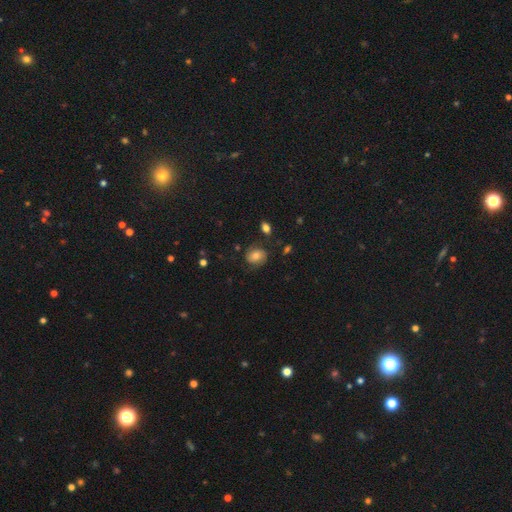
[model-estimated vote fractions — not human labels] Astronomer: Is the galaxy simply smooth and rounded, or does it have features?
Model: smooth — 50% (runner-up: featured or disk, 39%).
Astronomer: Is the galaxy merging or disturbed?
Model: none — 70%.